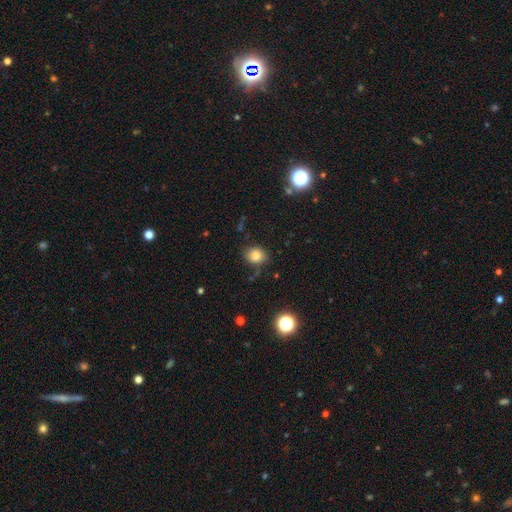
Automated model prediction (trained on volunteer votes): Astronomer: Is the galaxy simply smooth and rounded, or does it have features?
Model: smooth — 81%.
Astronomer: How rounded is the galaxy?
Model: round — 55% (runner-up: in between, 44%).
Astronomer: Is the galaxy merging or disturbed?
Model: none — 78%.